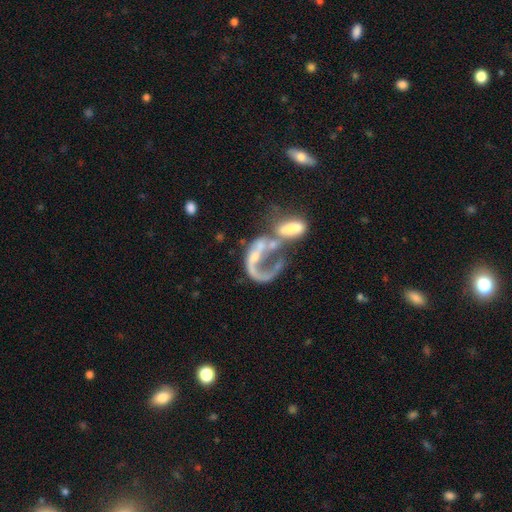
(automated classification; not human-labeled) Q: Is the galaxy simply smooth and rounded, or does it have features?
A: featured or disk — 70%.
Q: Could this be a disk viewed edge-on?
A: no — 96%.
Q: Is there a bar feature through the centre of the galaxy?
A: no — 63%.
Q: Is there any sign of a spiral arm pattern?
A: yes — 58%.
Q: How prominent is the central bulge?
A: none — 43%.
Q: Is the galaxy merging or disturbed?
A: merger — 54%.